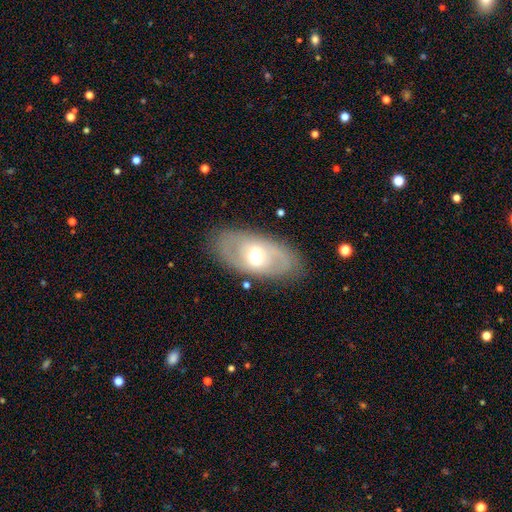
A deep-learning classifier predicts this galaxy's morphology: Q: Smooth or featured?
A: featured or disk (61%); runner-up: smooth (32%)
Q: Edge-on disk?
A: no (90%); runner-up: yes (10%)
Q: Bar?
A: no (46%); runner-up: weak (40%)
Q: Spiral arms?
A: yes (52%); runner-up: no (48%)
Q: Bulge size?
A: moderate (53%); runner-up: small (39%)
Q: Merging?
A: none (83%); runner-up: minor disturbance (11%)